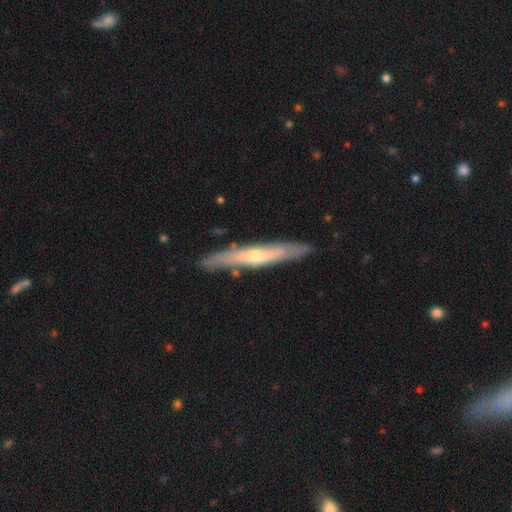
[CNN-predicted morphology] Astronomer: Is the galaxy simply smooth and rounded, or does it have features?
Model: featured or disk — 63%.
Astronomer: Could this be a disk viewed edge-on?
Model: yes — 84%.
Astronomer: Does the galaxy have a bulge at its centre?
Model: rounded — 68%.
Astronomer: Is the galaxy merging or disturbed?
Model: none — 85%.